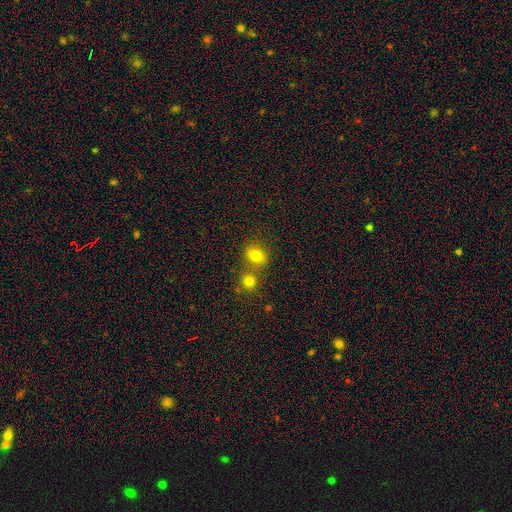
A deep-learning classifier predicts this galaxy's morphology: Smooth or featured?
  - smooth: 77% *
  - star or artifact: 13%
  - featured or disk: 9%
How rounded?
  - in between: 58% *
  - round: 40%
  - cigar-shaped: 2%
Merging?
  - none: 59% *
  - merger: 28%
  - minor disturbance: 10%
  - major disturbance: 3%